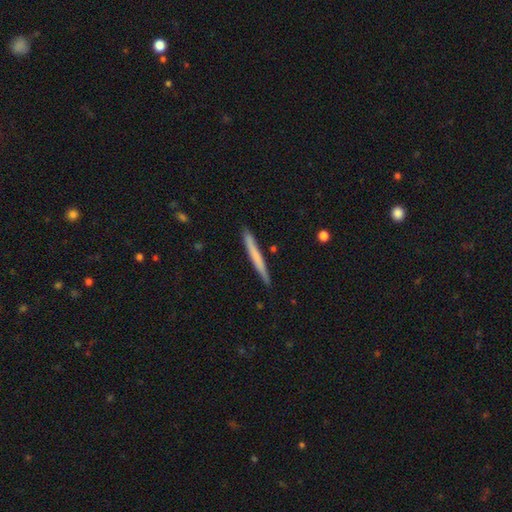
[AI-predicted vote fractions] Q: Smooth or featured?
A: smooth (61%); runner-up: featured or disk (33%)
Q: How rounded?
A: cigar-shaped (97%); runner-up: in between (2%)
Q: Merging?
A: none (88%); runner-up: minor disturbance (9%)